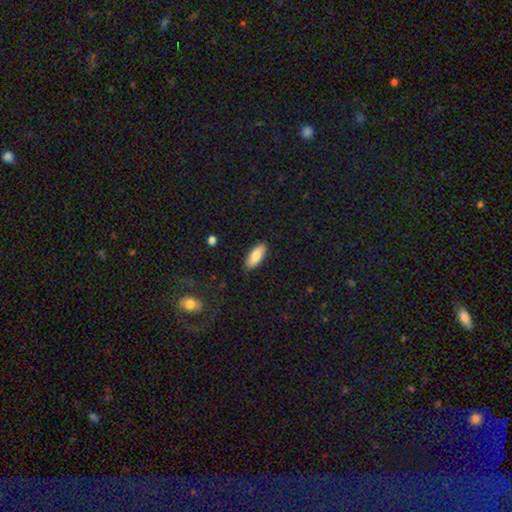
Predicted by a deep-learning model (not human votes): Smooth or featured? Predicted: smooth (p=0.84). How rounded? Predicted: in between (p=0.83). Merging? Predicted: none (p=0.88).